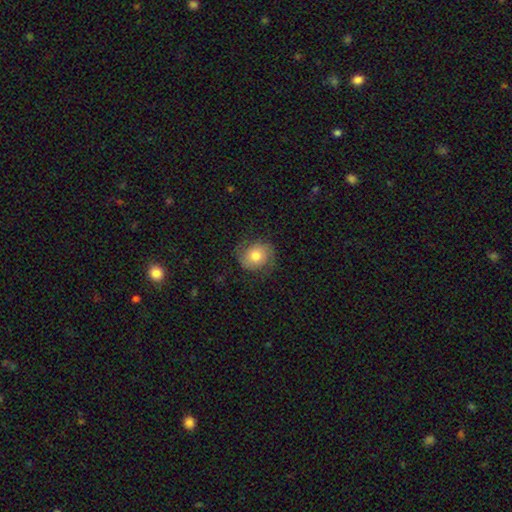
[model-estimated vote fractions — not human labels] Smooth or featured: smooth — 59% (featured or disk — 33%)
How rounded: round — 71% (in between — 28%)
Merging: none — 70% (minor disturbance — 19%)